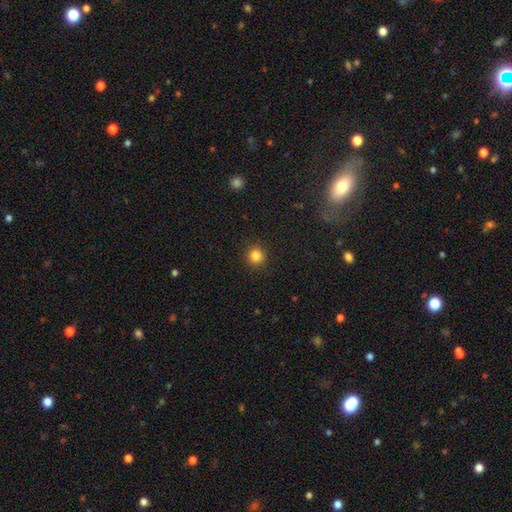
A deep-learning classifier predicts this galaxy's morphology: Smooth or featured? smooth (84%)
How rounded? round (94%)
Merging? none (92%)